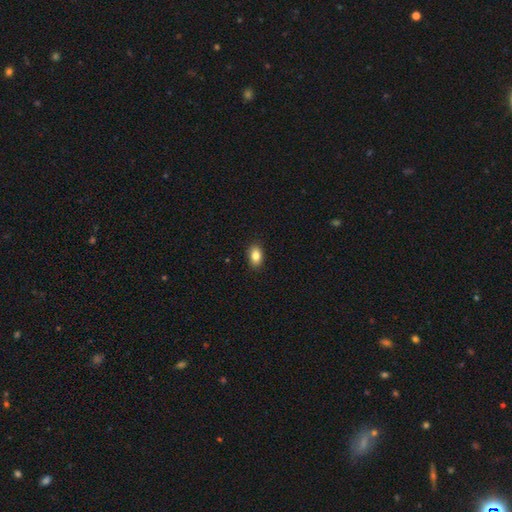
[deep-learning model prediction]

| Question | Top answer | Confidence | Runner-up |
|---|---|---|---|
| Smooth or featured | smooth | 84% | star or artifact (9%) |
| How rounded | in between | 84% | round (15%) |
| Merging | none | 89% | minor disturbance (8%) |